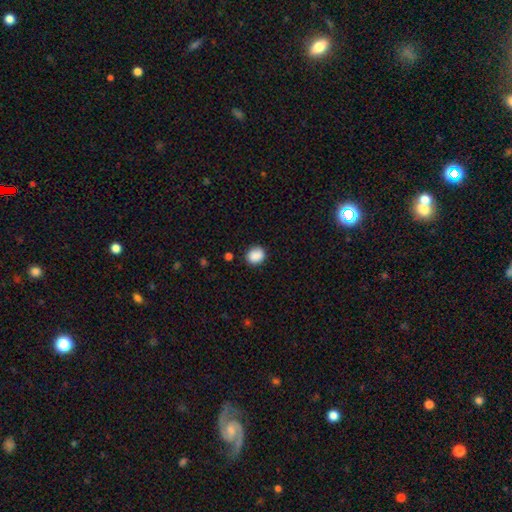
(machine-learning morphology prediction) A smooth galaxy with no disk features (88%) that is round (70%). Merging: none (83%).